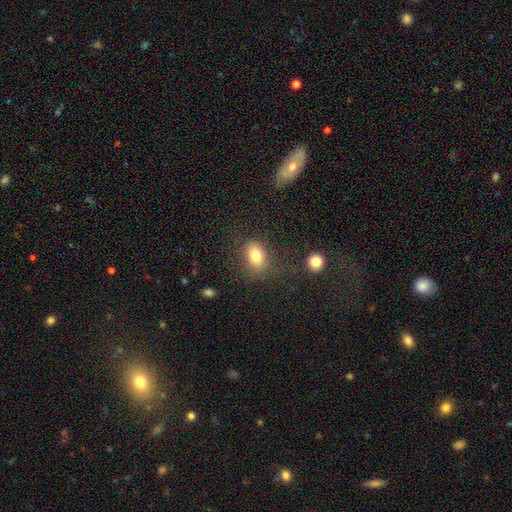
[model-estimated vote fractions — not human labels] Smooth or featured?
  - smooth: 81% *
  - star or artifact: 10%
  - featured or disk: 8%
How rounded?
  - in between: 70% *
  - round: 28%
  - cigar-shaped: 1%
Merging?
  - none: 75% *
  - minor disturbance: 15%
  - major disturbance: 7%
  - merger: 3%